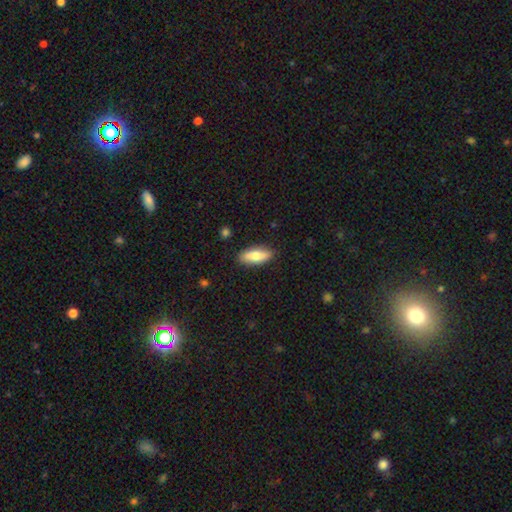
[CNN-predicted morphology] Q: Smooth or featured?
A: smooth (71%); runner-up: featured or disk (23%)
Q: How rounded?
A: in between (73%); runner-up: cigar-shaped (24%)
Q: Merging?
A: none (87%); runner-up: minor disturbance (10%)